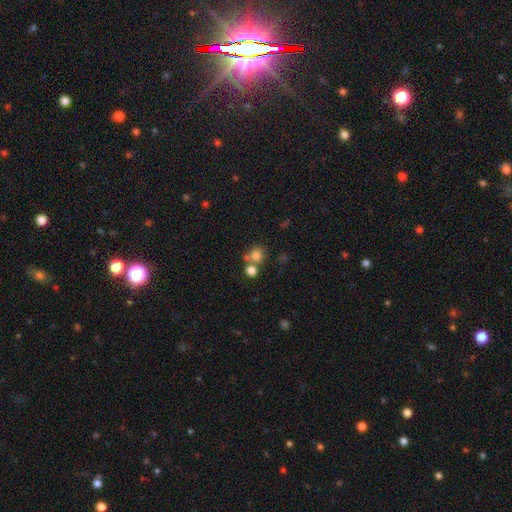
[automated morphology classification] Smooth or featured: smooth — 78% (star or artifact — 14%)
How rounded: round — 85% (in between — 14%)
Merging: none — 56% (merger — 34%)